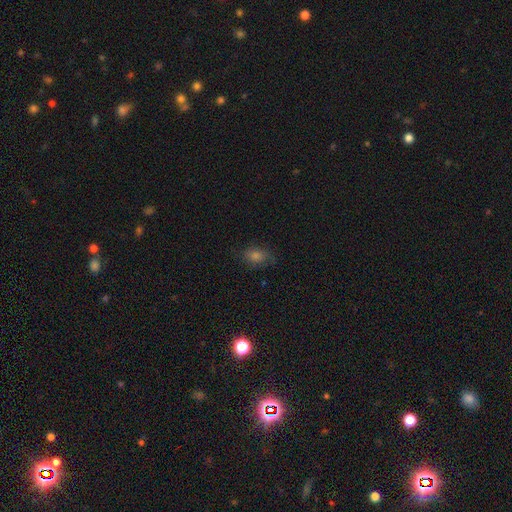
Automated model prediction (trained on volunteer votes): This appears to be a smooth galaxy with no disk features (62%) that is in between round and cigar-shaped (63%). Merging: none (76%).